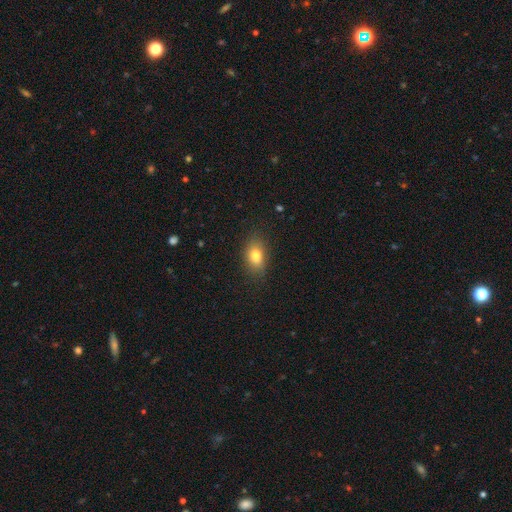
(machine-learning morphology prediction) smooth_or_featured: smooth (p=0.79) [alt: star or artifact p=0.10]
how_rounded: in between (p=0.79) [alt: round p=0.19]
merging: none (p=0.82) [alt: minor disturbance p=0.13]